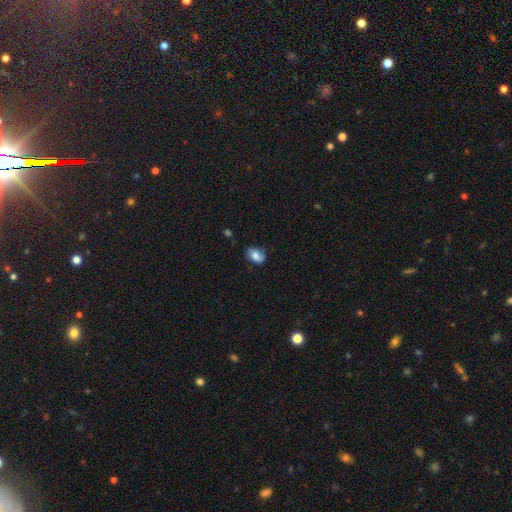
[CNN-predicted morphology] The model was most divided on "merging": none: 67%, minor disturbance: 25%, major disturbance: 6%, merger: 2%. More confident: how rounded — in between (76%); smooth or featured — smooth (67%).